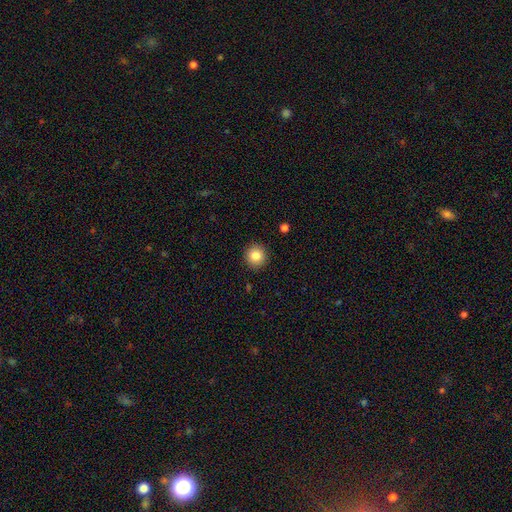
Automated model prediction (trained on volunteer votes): This is clearly a smooth galaxy (83%). How rounded: clearly round (94%). Merging: clearly none (92%).